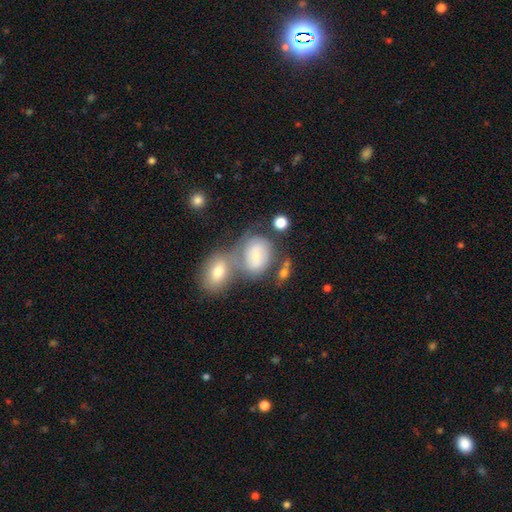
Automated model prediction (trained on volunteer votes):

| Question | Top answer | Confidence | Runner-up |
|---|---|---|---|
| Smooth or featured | smooth | 49% | featured or disk (42%) |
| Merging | merger | 43% | none (31%) |